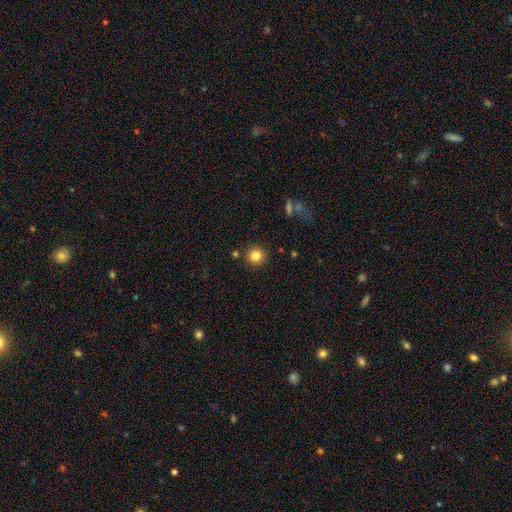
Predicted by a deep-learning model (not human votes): Smooth or featured? smooth (83%)
How rounded? round (94%)
Merging? none (87%)